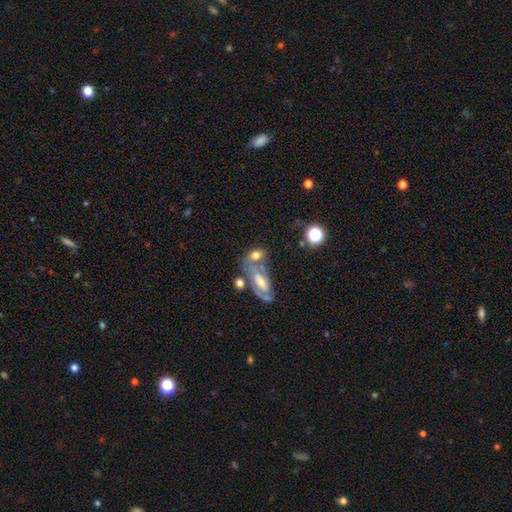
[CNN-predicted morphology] Smooth or featured: smooth — 56% (featured or disk — 34%)
How rounded: in between — 72% (round — 21%)
Merging: merger — 39% (none — 35%)